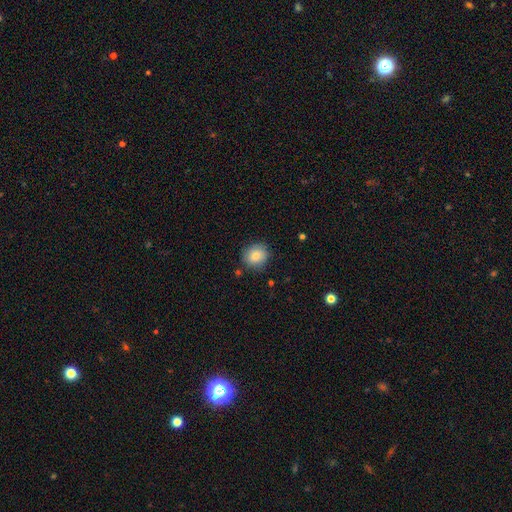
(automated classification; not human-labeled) Smooth or featured? Predicted: smooth (p=0.81). How rounded? Predicted: round (p=0.85). Merging? Predicted: none (p=0.84).